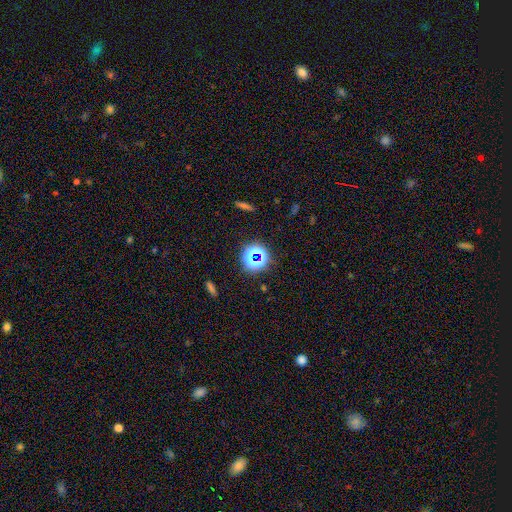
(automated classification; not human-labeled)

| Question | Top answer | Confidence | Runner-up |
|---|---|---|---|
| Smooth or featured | star or artifact | 64% | smooth (26%) |